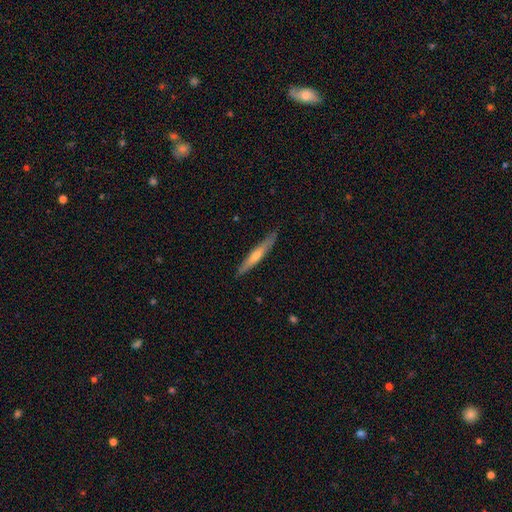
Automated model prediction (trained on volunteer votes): Overall: featured or disk (60%; smooth 34%). Edge-on disk: yes (95%). Edge-on bulge: rounded (74%). Merging: none (89%).